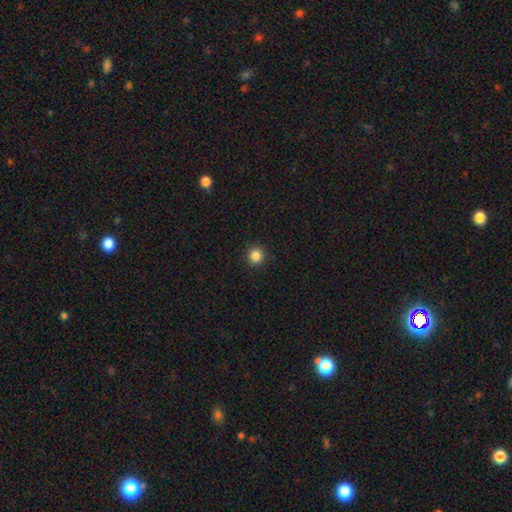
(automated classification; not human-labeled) smooth 85%, star or artifact 12%, featured or disk 3%. Down the decision tree: how rounded — round (94%); merging — none (92%).